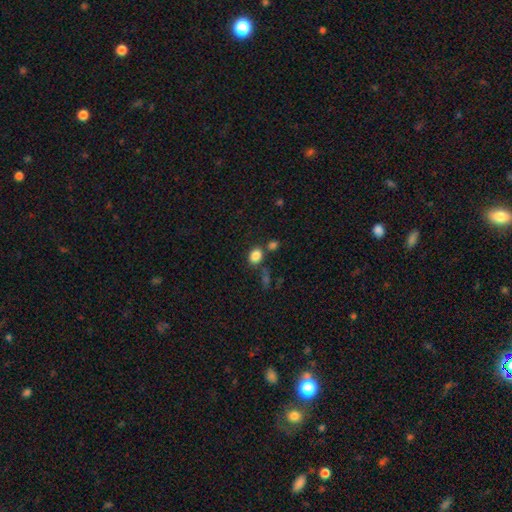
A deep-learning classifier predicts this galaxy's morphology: A smooth galaxy with no disk features (84%) that is in between round and cigar-shaped (60%). Merging: none (68%).